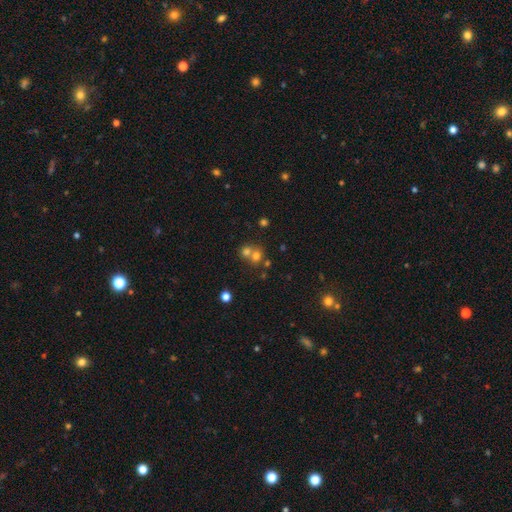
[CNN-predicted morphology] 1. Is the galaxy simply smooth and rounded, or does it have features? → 67% smooth, 18% star or artifact, 16% featured or disk.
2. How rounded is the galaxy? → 80% round, 19% in between, 1% cigar-shaped.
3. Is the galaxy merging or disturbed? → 55% merger, 37% none, 5% minor disturbance, 3% major disturbance.